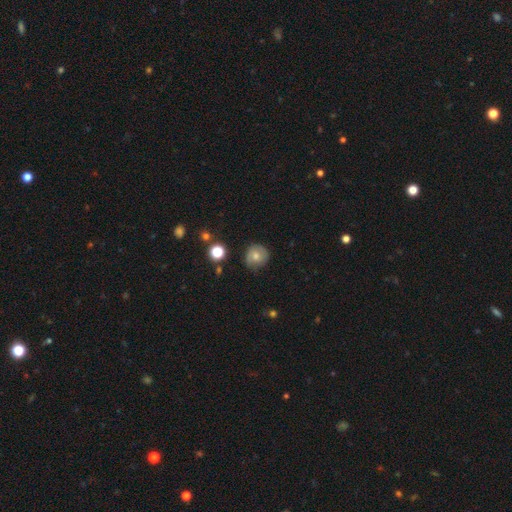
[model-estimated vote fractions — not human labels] smooth-or-featured: smooth: 61% | featured or disk: 29% | star or artifact: 10%
  how-rounded: round: 88% | in between: 11% | cigar-shaped: 1%
  merging: none: 74% | minor disturbance: 19% | major disturbance: 5% | merger: 2%